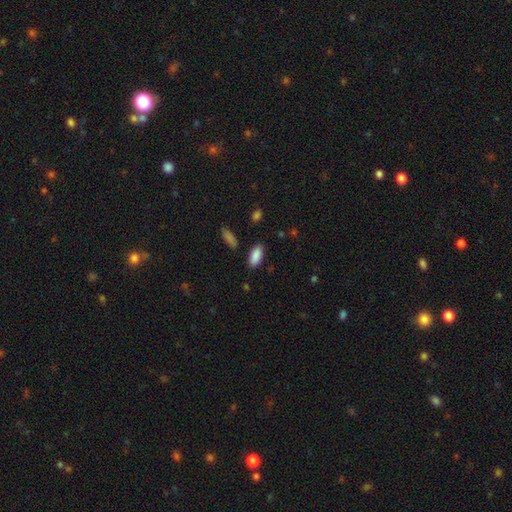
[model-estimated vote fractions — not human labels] This is clearly a smooth galaxy (89%). How rounded: clearly in between (89%). Merging: clearly none (84%).